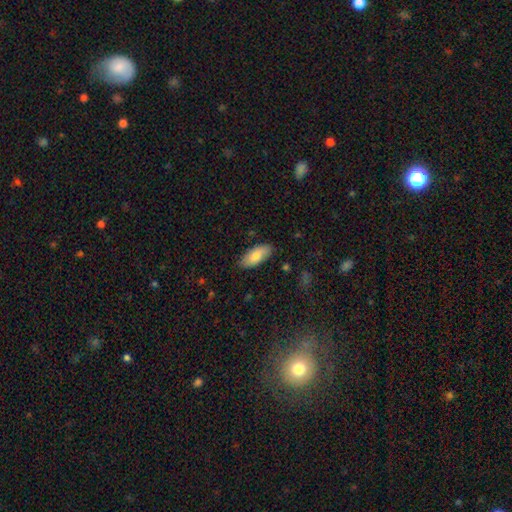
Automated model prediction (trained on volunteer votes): A smooth galaxy with no disk features (78%) that is in between round and cigar-shaped (87%). Merging: none (85%).